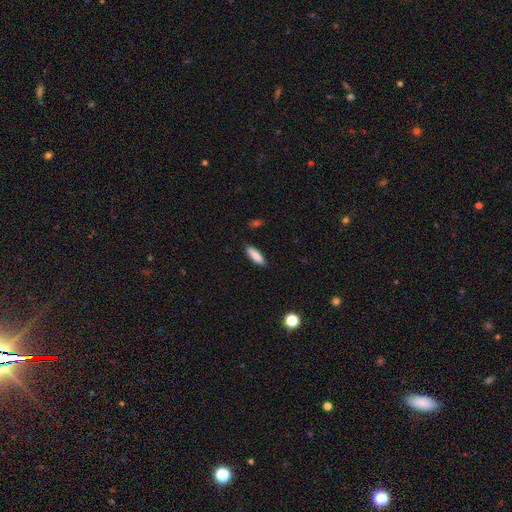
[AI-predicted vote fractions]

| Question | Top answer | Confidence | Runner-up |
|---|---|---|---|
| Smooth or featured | smooth | 86% | featured or disk (8%) |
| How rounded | cigar-shaped | 56% | in between (42%) |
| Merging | none | 88% | minor disturbance (9%) |